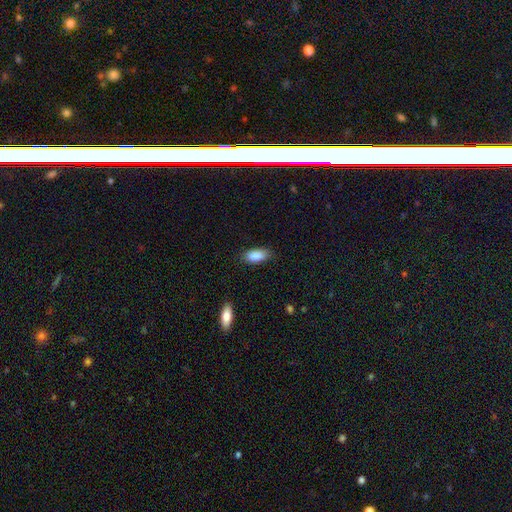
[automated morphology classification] smooth-or-featured: smooth: 89% | star or artifact: 7% | featured or disk: 5%
  how-rounded: in between: 87% | cigar-shaped: 11% | round: 2%
  merging: none: 83% | minor disturbance: 13% | major disturbance: 3% | merger: 1%